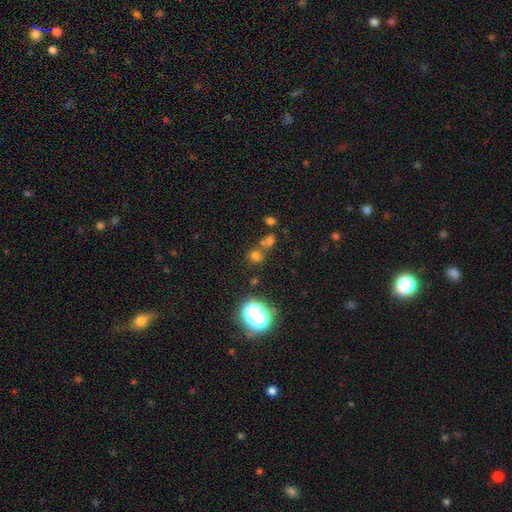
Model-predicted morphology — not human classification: smooth 62%, star or artifact 29%, featured or disk 9%. Down the decision tree: how rounded — round (84%); merging — none (63%).